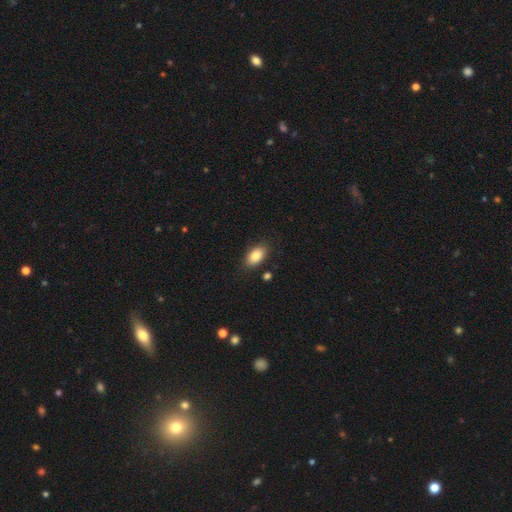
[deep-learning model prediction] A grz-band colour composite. It shows a smooth galaxy with no disk features (86%) that is in between round and cigar-shaped (92%). Merging: none (84%).